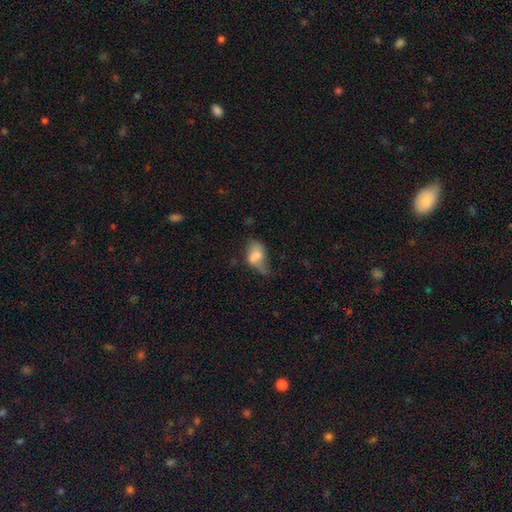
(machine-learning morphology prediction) Q: Smooth or featured?
A: smooth (59%); runner-up: featured or disk (31%)
Q: How rounded?
A: in between (84%); runner-up: round (13%)
Q: Merging?
A: minor disturbance (30%); runner-up: major disturbance (27%)